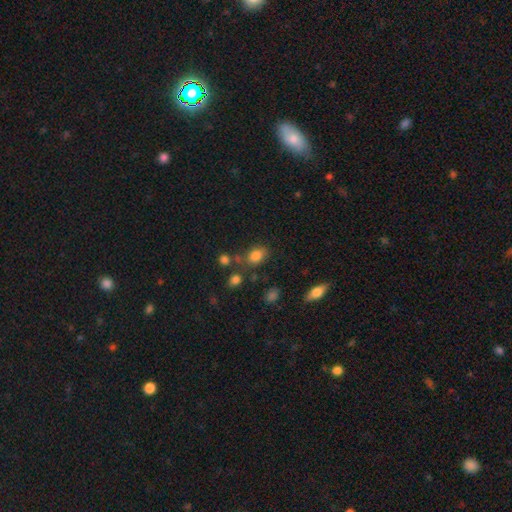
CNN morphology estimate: A smooth galaxy with no disk features (81%) that is in between round and cigar-shaped (68%).

Vote fractions:
- Smooth or featured? smooth: 81% / star or artifact: 12% / featured or disk: 7%
- How rounded? in between: 68% / round: 31% / cigar-shaped: 1%
- Merging? none: 65% / minor disturbance: 16% / merger: 12% / major disturbance: 6%